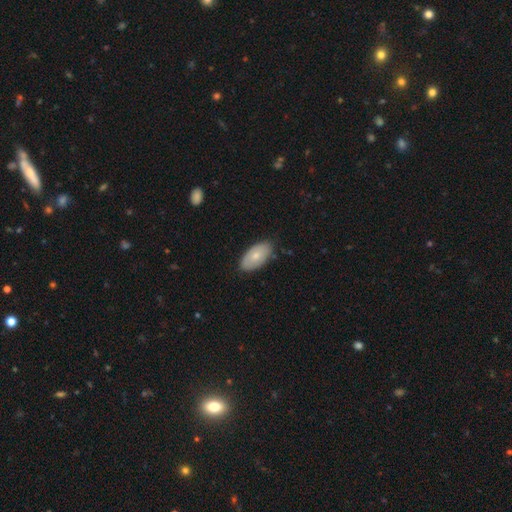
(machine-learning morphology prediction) smooth 71%, featured or disk 23%, star or artifact 6%. Down the decision tree: how rounded — in between (95%); merging — none (82%).